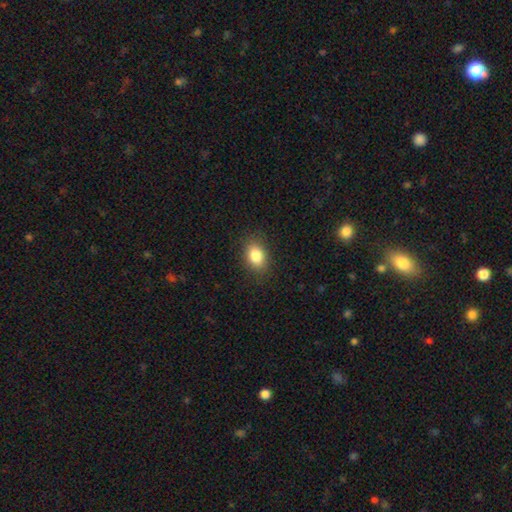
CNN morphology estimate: smooth-or-featured: smooth: 85% | star or artifact: 9% | featured or disk: 7%
  how-rounded: in between: 80% | round: 19% | cigar-shaped: 1%
  merging: none: 87% | minor disturbance: 10% | major disturbance: 3% | merger: 1%